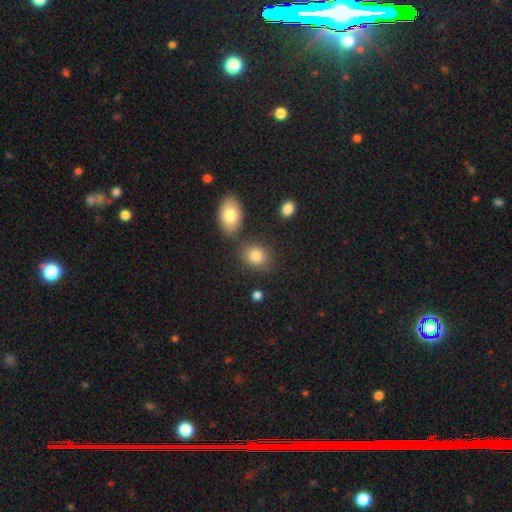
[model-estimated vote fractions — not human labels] Overall: smooth (82%). How rounded: in between (51%; round 48%). Merging: none (73%).